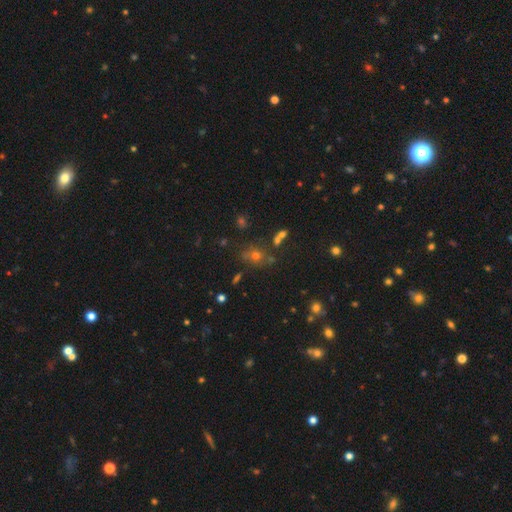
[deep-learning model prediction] Smooth or featured? Predicted: smooth (p=0.52). How rounded? Predicted: round (p=0.62). Merging? Predicted: none (p=0.69).